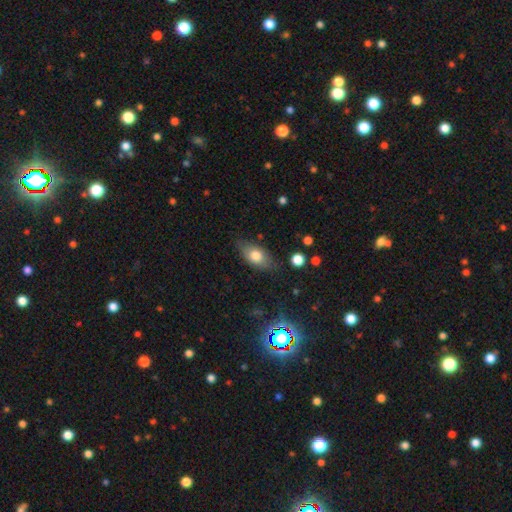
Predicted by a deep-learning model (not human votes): This appears to be a smooth galaxy with no disk features (74%) that is in between round and cigar-shaped (86%). Merging: none (76%).